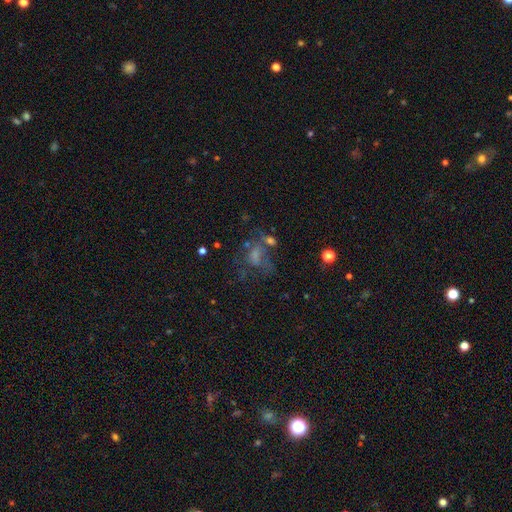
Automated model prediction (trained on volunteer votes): Smooth or featured: featured or disk — 42% (smooth — 39%)
Merging: major disturbance — 37% (none — 30%)